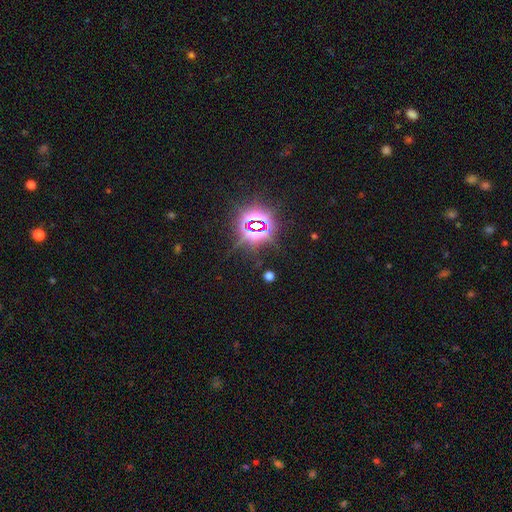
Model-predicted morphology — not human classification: Q: Smooth or featured?
A: star or artifact (82%); runner-up: smooth (11%)